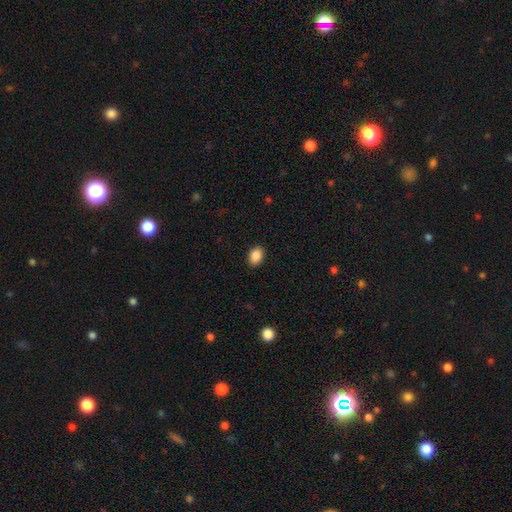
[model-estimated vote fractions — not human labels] Morphology: type=smooth (89%); roundness=in between (79%); merging=none (90%).